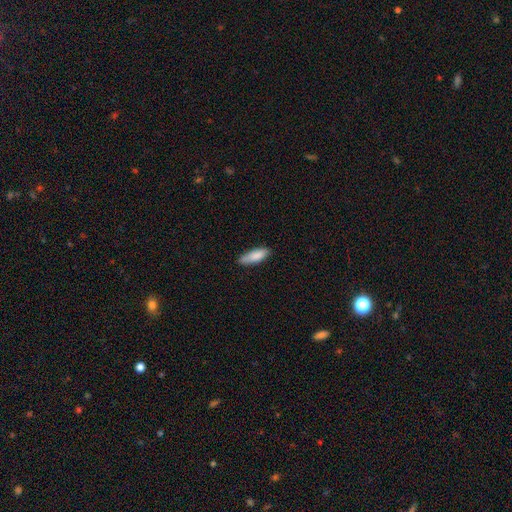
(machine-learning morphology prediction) Smooth or featured? Predicted: smooth (p=0.85). How rounded? Predicted: in between (p=0.54). Merging? Predicted: none (p=0.78).